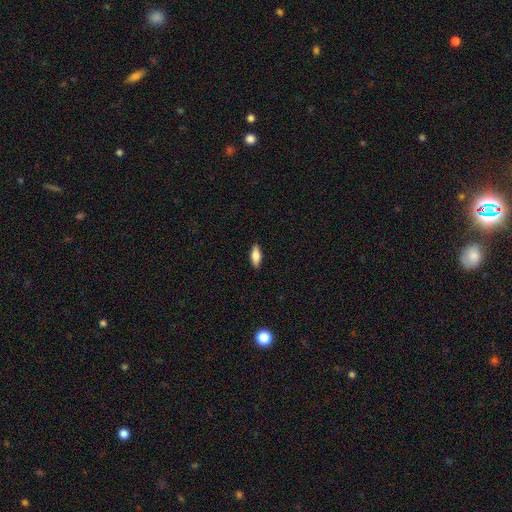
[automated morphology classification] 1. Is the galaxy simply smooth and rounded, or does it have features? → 79% smooth, 15% featured or disk, 6% star or artifact.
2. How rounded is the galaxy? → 74% in between, 23% cigar-shaped, 2% round.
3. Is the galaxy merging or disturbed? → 89% none, 8% minor disturbance, 2% major disturbance, 1% merger.